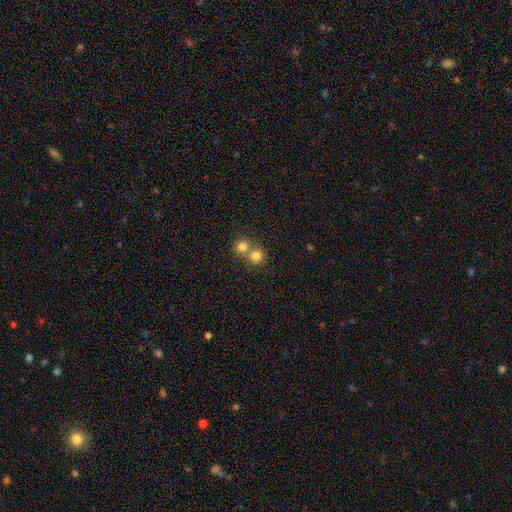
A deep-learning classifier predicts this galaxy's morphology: Overall: smooth (79%). How rounded: round (89%). Merging: merger (47%, tied with none).